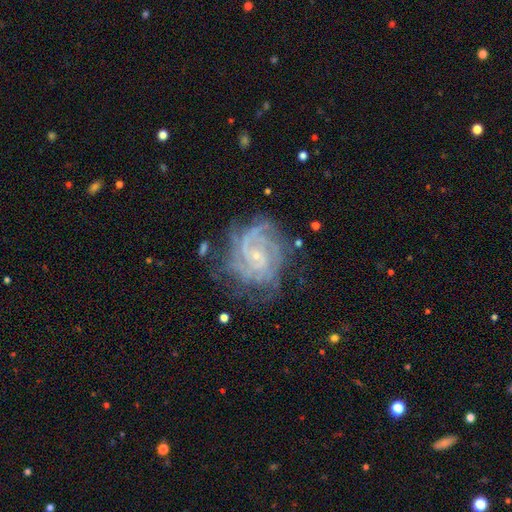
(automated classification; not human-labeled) This appears to be a featured or disk galaxy (89%) with no bar (65%), 3 (24%) tight (73%) spiral arms (98%) and a small central bulge (82%). Merging: none (69%).